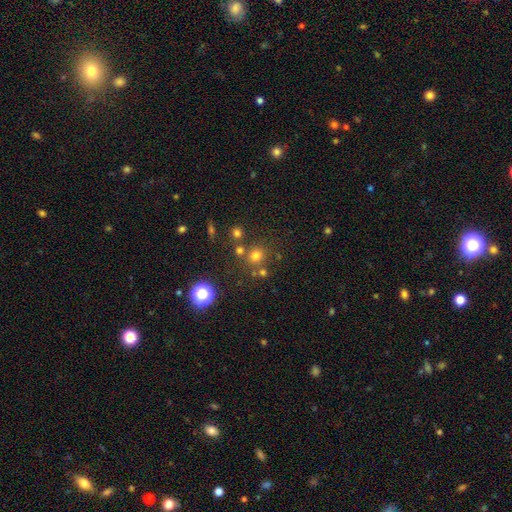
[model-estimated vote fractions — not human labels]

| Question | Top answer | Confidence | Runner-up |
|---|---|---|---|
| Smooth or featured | smooth | 68% | star or artifact (24%) |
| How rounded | round | 88% | in between (11%) |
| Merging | none | 71% | merger (16%) |